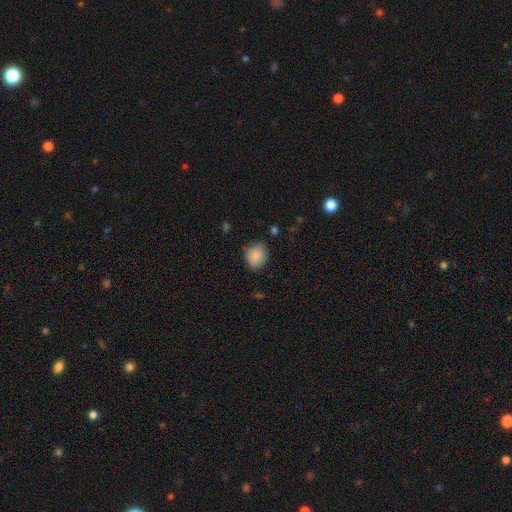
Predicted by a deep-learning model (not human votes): A smooth galaxy with no disk features (87%) that is round (69%). Merging: none (79%).